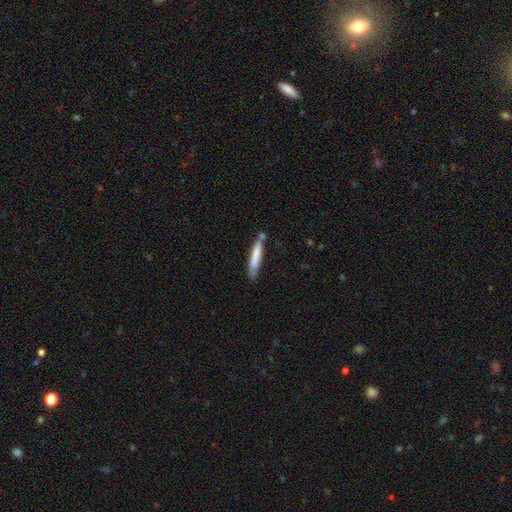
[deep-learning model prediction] Smooth or featured: smooth — 74% (featured or disk — 20%)
How rounded: cigar-shaped — 92% (in between — 7%)
Merging: none — 64% (minor disturbance — 20%)